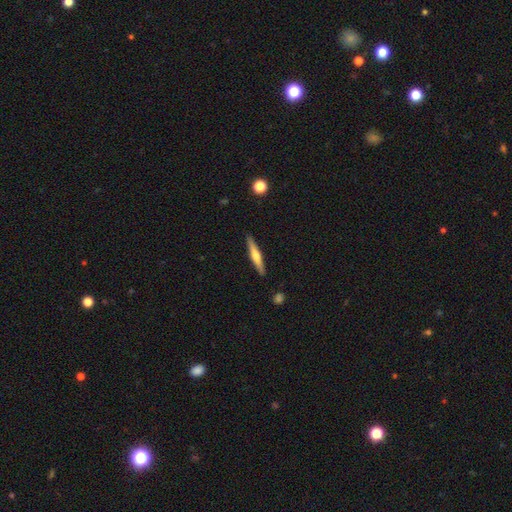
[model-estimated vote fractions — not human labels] This is possibly a featured or disk galaxy (53%). It is clearly viewed edge-on (96%). Edge-on bulge: clearly rounded (84%). Merging: clearly none (90%).